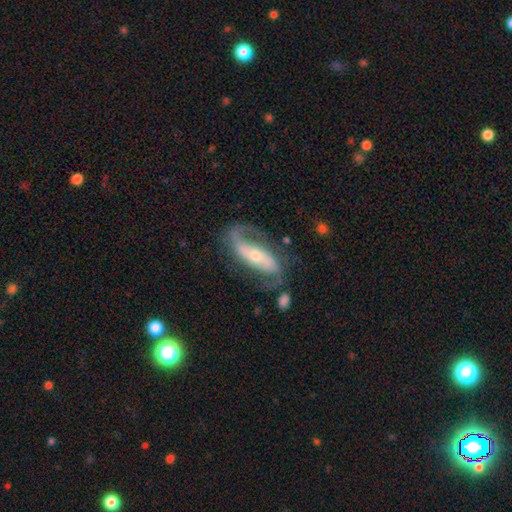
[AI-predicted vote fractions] Smooth or featured: featured or disk — 81% (smooth — 13%)
Edge-on disk: no — 89% (yes — 11%)
Bar: strong — 44% (no — 31%)
Spiral arms: yes — 92% (no — 8%)
Spiral winding: loose — 50% (medium — 35%)
Spiral arm count: 2 — 83% (1 — 10%)
Bulge size: small — 49% (moderate — 44%)
Merging: none — 64% (minor disturbance — 18%)